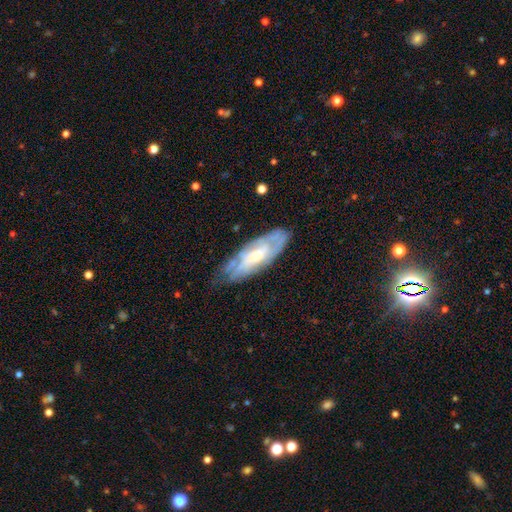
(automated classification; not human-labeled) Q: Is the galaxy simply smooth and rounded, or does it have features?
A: featured or disk — 67%.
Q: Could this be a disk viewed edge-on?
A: no — 79%.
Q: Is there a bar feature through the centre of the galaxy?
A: no — 63%.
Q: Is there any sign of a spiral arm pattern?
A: yes — 72%.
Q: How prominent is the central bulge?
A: moderate — 52%.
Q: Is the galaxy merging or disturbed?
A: none — 67%.